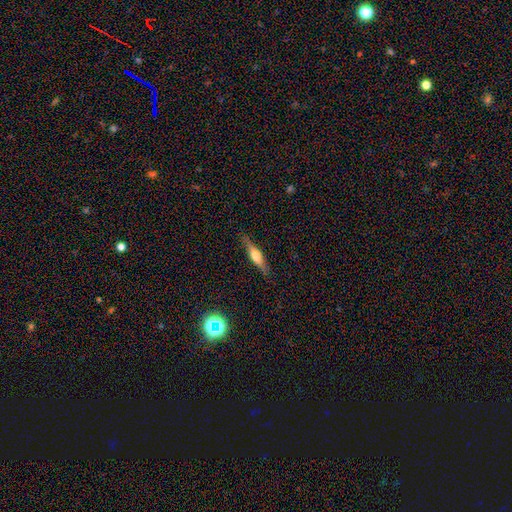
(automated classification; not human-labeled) Overall: featured or disk (54%; smooth 39%). Edge-on disk: yes (94%). Edge-on bulge: rounded (84%). Merging: none (86%).